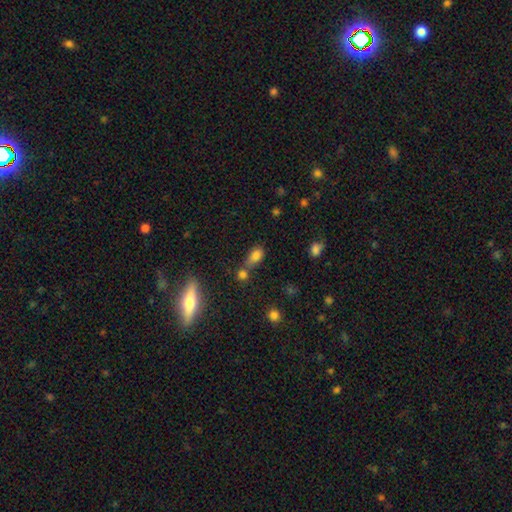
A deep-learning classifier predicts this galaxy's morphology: Smooth or featured?
  - smooth: 79% *
  - star or artifact: 13%
  - featured or disk: 8%
How rounded?
  - in between: 82% *
  - round: 13%
  - cigar-shaped: 5%
Merging?
  - none: 41% *
  - merger: 35%
  - minor disturbance: 16%
  - major disturbance: 7%